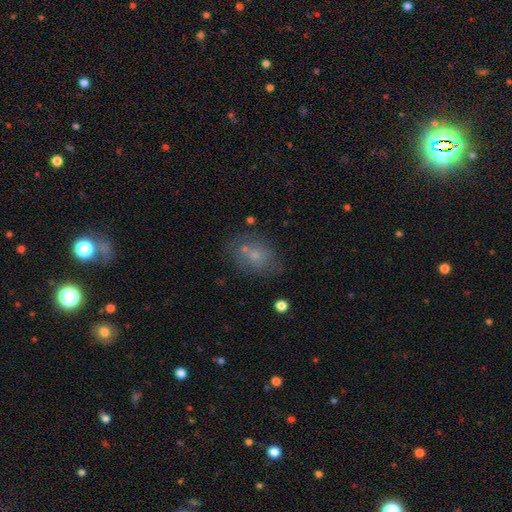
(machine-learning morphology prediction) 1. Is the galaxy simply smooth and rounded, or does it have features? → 59% smooth, 27% featured or disk, 15% star or artifact.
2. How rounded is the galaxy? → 67% in between, 31% round, 2% cigar-shaped.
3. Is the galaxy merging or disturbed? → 60% none, 18% minor disturbance, 13% merger, 9% major disturbance.